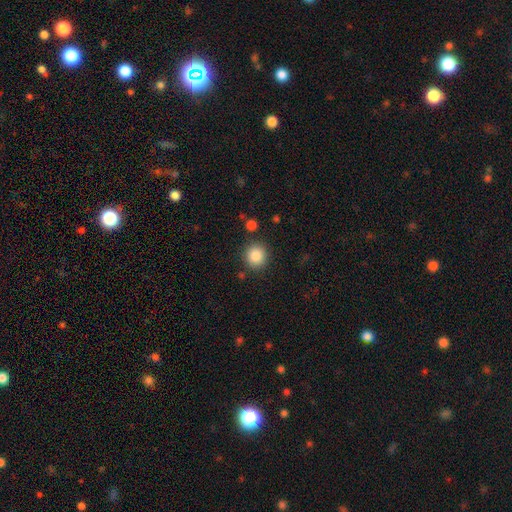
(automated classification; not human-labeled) smooth-or-featured: smooth: 87% | star or artifact: 9% | featured or disk: 4%
  how-rounded: round: 90% | in between: 9% | cigar-shaped: 1%
  merging: none: 86% | minor disturbance: 8% | merger: 3% | major disturbance: 3%